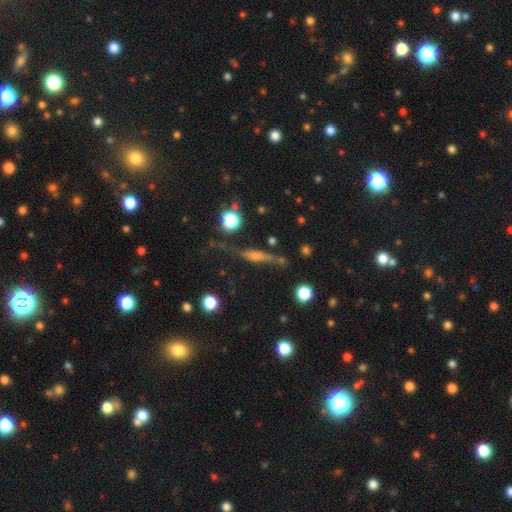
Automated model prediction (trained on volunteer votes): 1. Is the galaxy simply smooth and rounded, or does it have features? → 59% featured or disk, 28% smooth, 13% star or artifact.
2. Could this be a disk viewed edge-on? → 89% yes, 11% no.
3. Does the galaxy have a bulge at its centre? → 56% rounded, 25% boxy, 19% none.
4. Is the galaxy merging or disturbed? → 67% none, 19% minor disturbance, 9% major disturbance, 5% merger.